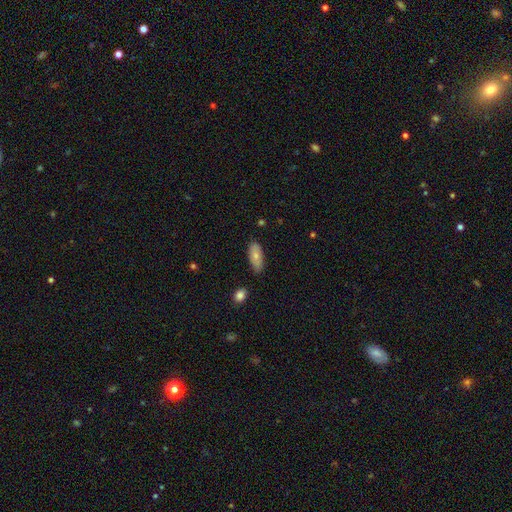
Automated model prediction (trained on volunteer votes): Smooth or featured? smooth (76%)
How rounded? in between (82%)
Merging? none (75%)